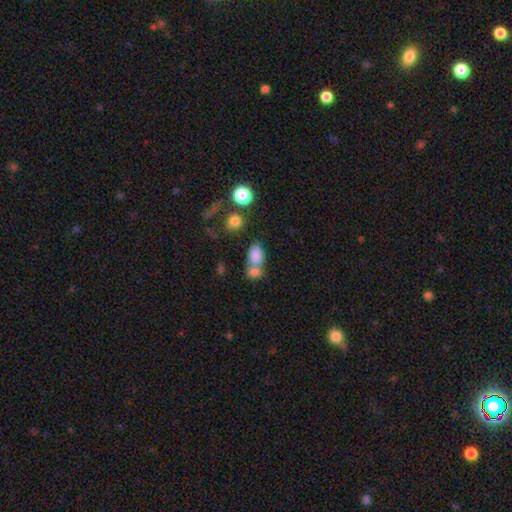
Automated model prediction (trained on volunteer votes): smooth_or_featured: smooth (p=0.79) [alt: star or artifact p=0.11]
how_rounded: in between (p=0.80) [alt: round p=0.18]
merging: merger (p=0.51) [alt: none p=0.35]